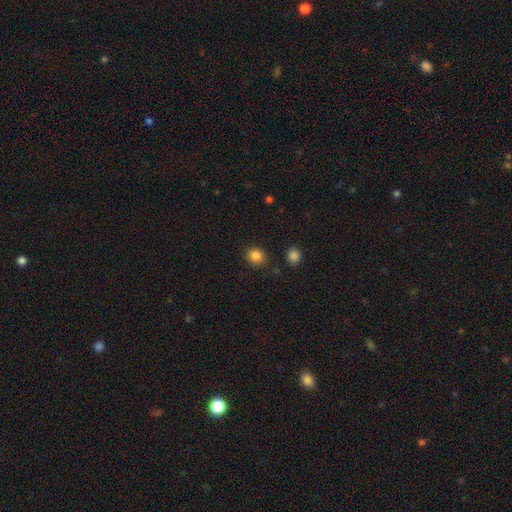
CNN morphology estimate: A smooth galaxy with no disk features (85%) that is round (84%).

Vote fractions:
- Smooth or featured? smooth: 85% / star or artifact: 11% / featured or disk: 4%
- How rounded? round: 84% / in between: 15% / cigar-shaped: 1%
- Merging? none: 87% / minor disturbance: 8% / merger: 3% / major disturbance: 3%